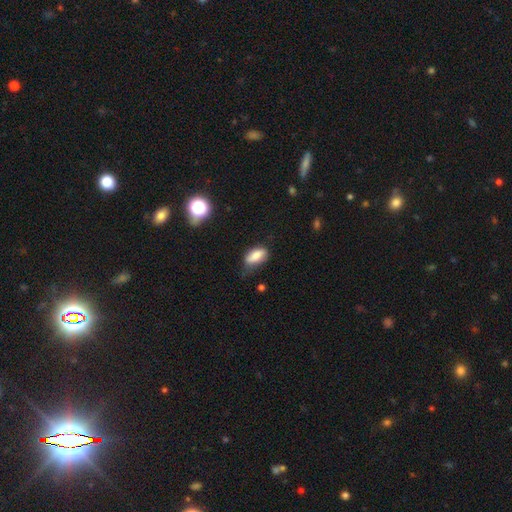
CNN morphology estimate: A smooth galaxy with no disk features (82%) that is in between round and cigar-shaped (88%).

Vote fractions:
- Smooth or featured? smooth: 82% / featured or disk: 9% / star or artifact: 8%
- How rounded? in between: 88% / cigar-shaped: 8% / round: 4%
- Merging? none: 52% / minor disturbance: 36% / major disturbance: 10% / merger: 2%